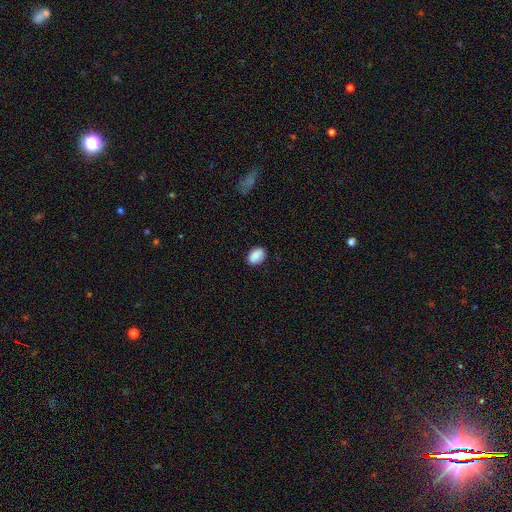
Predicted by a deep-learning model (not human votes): Smooth or featured? smooth (88%)
How rounded? in between (82%)
Merging? none (85%)